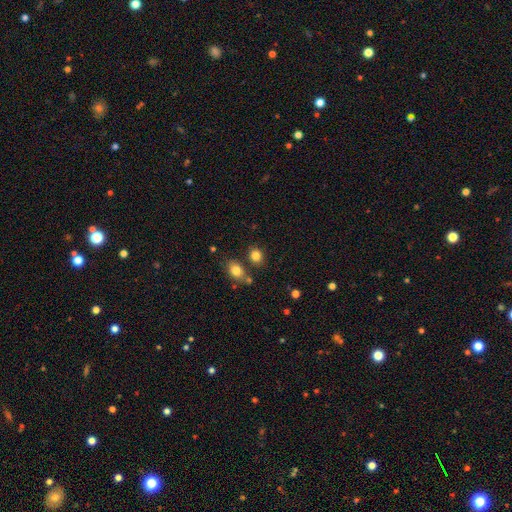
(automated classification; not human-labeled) Smooth or featured?
  - smooth: 83% *
  - star or artifact: 11%
  - featured or disk: 6%
How rounded?
  - round: 59% *
  - in between: 39%
  - cigar-shaped: 1%
Merging?
  - none: 73% *
  - merger: 12%
  - minor disturbance: 11%
  - major disturbance: 4%